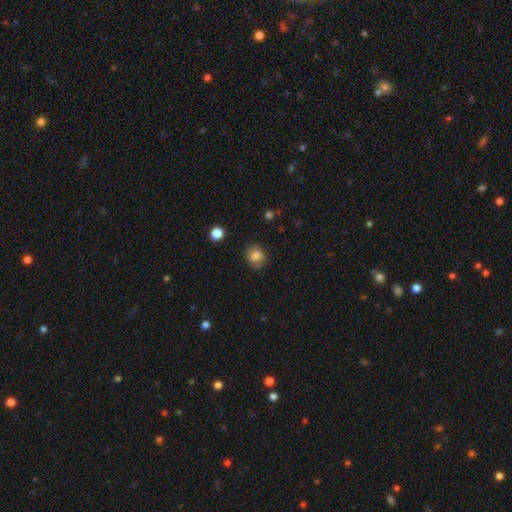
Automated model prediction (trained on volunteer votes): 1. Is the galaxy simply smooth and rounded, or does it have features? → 82% smooth, 10% star or artifact, 8% featured or disk.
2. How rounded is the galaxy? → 69% round, 30% in between, 1% cigar-shaped.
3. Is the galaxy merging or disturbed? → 76% none, 18% minor disturbance, 4% major disturbance, 2% merger.